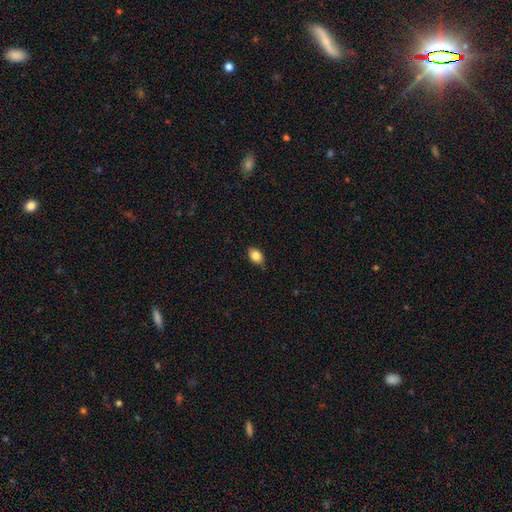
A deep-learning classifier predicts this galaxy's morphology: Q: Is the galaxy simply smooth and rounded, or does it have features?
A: smooth — 84%.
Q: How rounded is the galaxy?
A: in between — 84%.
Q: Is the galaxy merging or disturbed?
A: none — 82%.